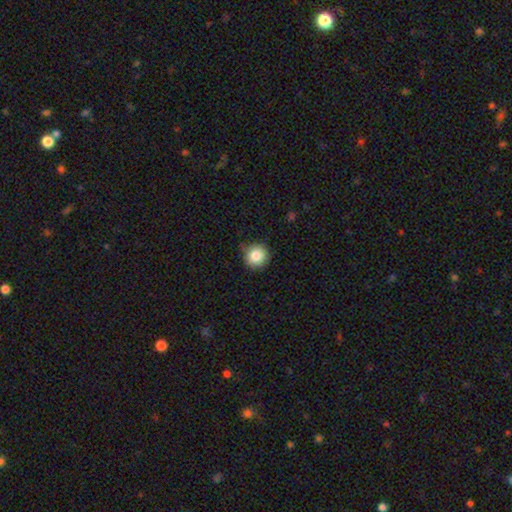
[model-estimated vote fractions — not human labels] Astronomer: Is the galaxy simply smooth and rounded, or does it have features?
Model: smooth — 84%.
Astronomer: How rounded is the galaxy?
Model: round — 94%.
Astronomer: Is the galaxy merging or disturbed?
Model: none — 82%.